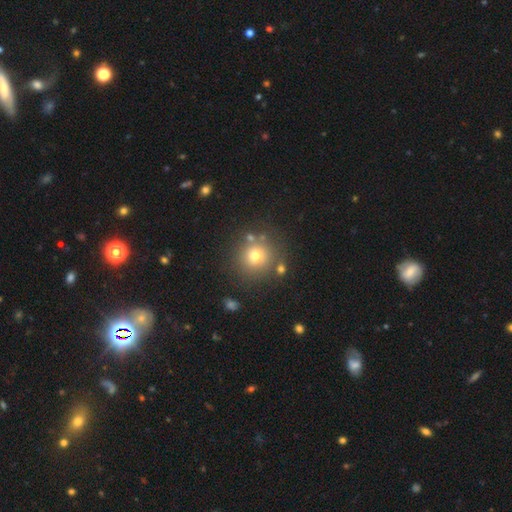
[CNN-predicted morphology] Smooth or featured?
  - smooth: 73% *
  - star or artifact: 15%
  - featured or disk: 12%
How rounded?
  - round: 92% *
  - in between: 7%
  - cigar-shaped: 1%
Merging?
  - none: 79% *
  - minor disturbance: 9%
  - merger: 8%
  - major disturbance: 4%